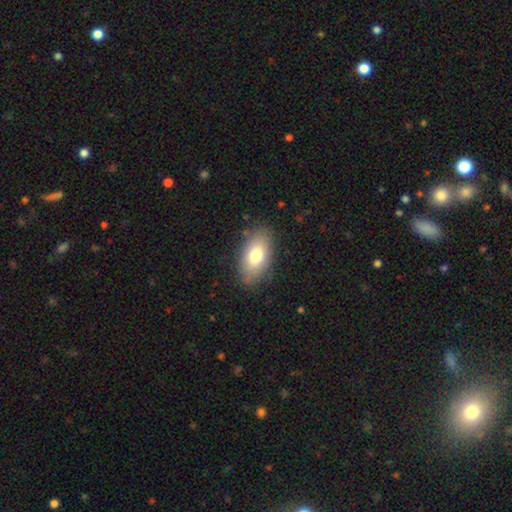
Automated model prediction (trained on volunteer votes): The model was most divided on "smooth or featured": smooth: 77%, featured or disk: 16%, star or artifact: 7%. More confident: how rounded — in between (93%); merging — none (83%).